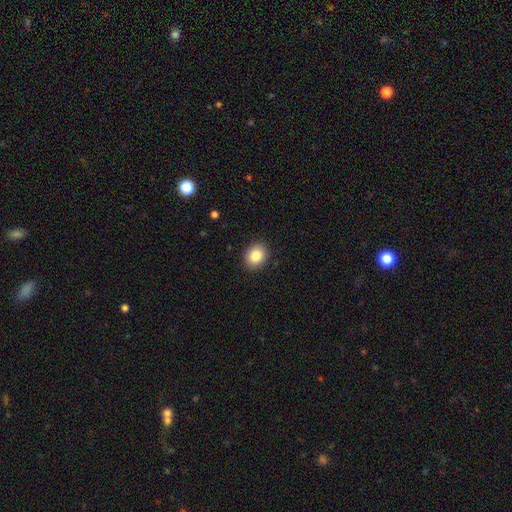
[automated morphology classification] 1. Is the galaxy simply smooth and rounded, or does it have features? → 87% smooth, 8% star or artifact, 5% featured or disk.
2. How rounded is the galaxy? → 53% round, 46% in between, 1% cigar-shaped.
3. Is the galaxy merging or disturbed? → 90% none, 7% minor disturbance, 2% major disturbance, 1% merger.